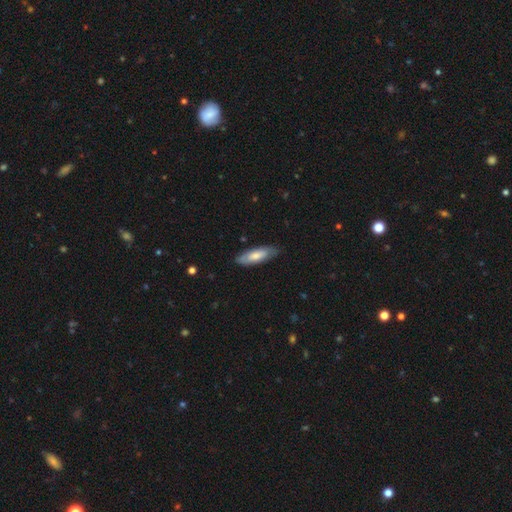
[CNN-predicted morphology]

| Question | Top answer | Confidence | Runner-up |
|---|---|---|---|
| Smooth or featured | smooth | 66% | featured or disk (29%) |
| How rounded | in between | 59% | cigar-shaped (40%) |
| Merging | none | 80% | minor disturbance (16%) |